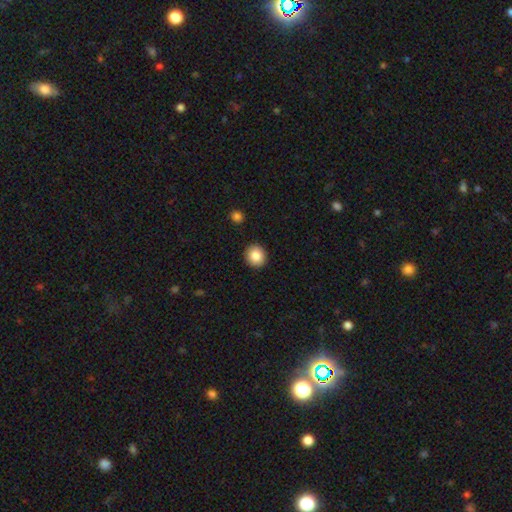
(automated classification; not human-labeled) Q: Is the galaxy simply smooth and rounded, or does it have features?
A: smooth — 86%.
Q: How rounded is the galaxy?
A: round — 88%.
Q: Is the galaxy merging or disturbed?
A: none — 92%.